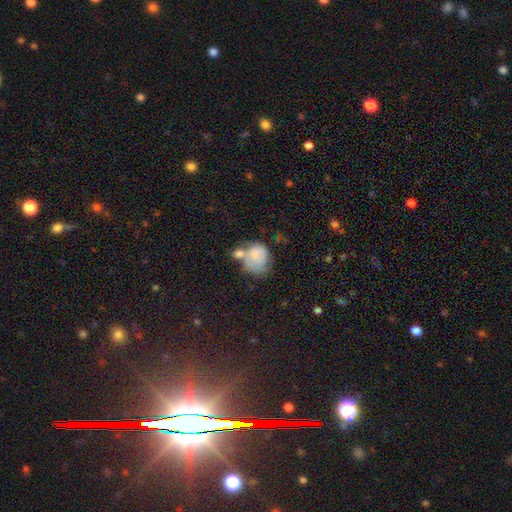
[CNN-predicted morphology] Q: Smooth or featured?
A: smooth (74%); runner-up: featured or disk (18%)
Q: How rounded?
A: round (54%); runner-up: in between (45%)
Q: Merging?
A: merger (43%); runner-up: none (23%)